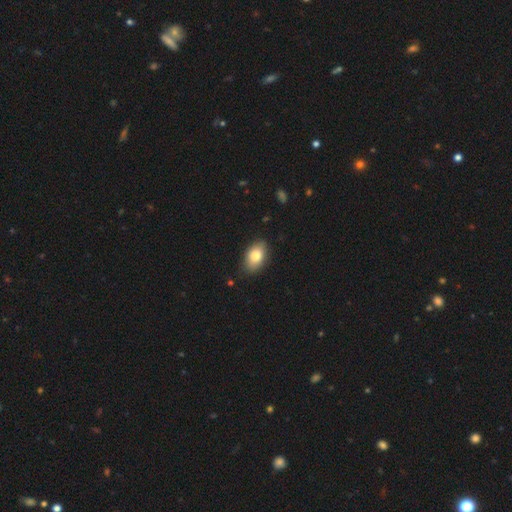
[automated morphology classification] Smooth or featured: smooth — 80% (featured or disk — 13%)
How rounded: in between — 89% (round — 9%)
Merging: none — 84% (minor disturbance — 13%)